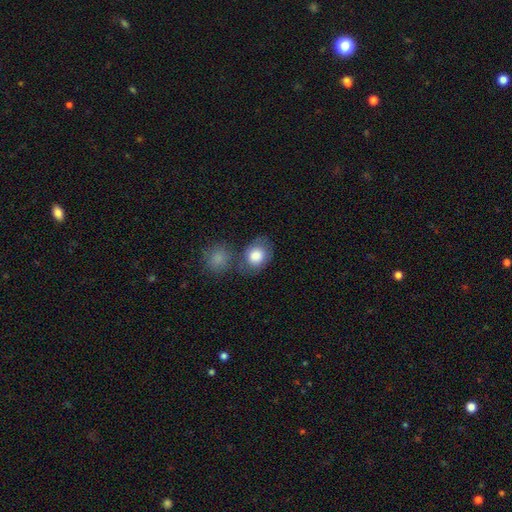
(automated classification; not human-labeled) The model was most divided on "how rounded": in between: 56%, round: 43%, cigar-shaped: 1%. More confident: smooth or featured — smooth (83%); merging — none (55%).